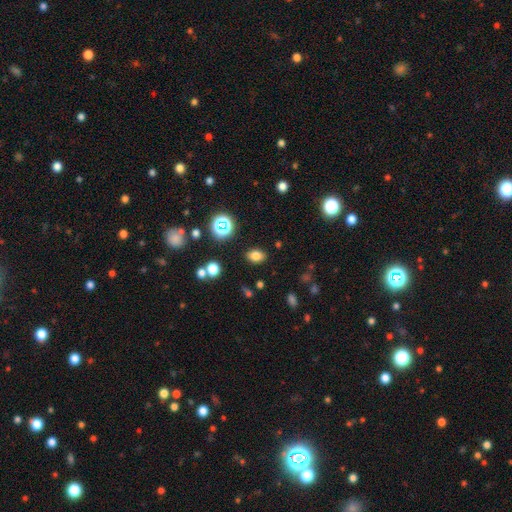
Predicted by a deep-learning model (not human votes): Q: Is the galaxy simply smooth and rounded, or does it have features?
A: smooth — 77%.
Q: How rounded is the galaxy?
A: in between — 75%.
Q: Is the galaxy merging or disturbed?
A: none — 85%.